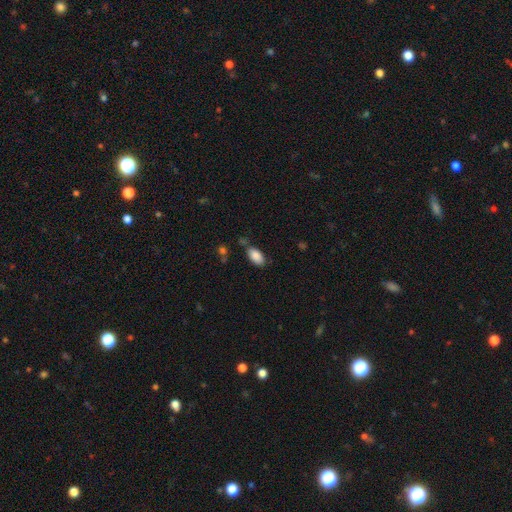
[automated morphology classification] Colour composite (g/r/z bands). It shows a smooth galaxy with no disk features (88%) that is in between round and cigar-shaped (94%). Merging: none (73%).